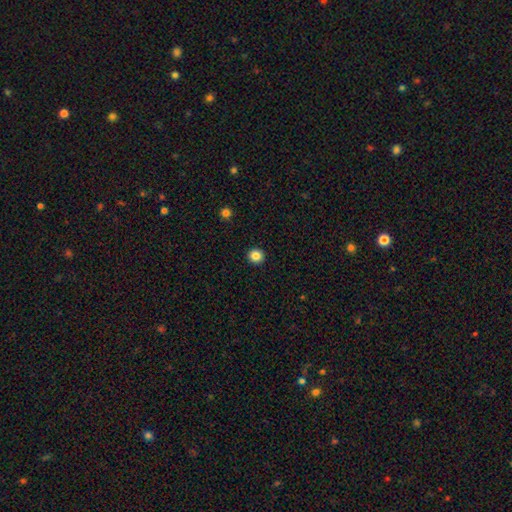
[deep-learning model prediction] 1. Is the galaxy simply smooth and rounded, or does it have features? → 85% smooth, 11% star or artifact, 4% featured or disk.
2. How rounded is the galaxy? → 94% round, 5% in between, 1% cigar-shaped.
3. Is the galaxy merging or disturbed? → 94% none, 4% minor disturbance, 1% major disturbance, 1% merger.